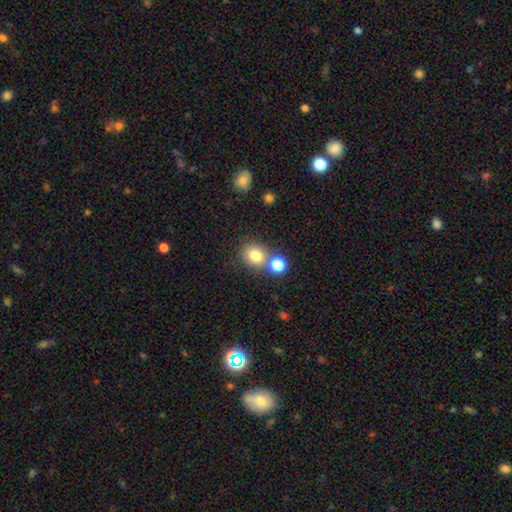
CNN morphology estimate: Overall: smooth (79%). How rounded: round (73%). Merging: none (63%; merger 24%).